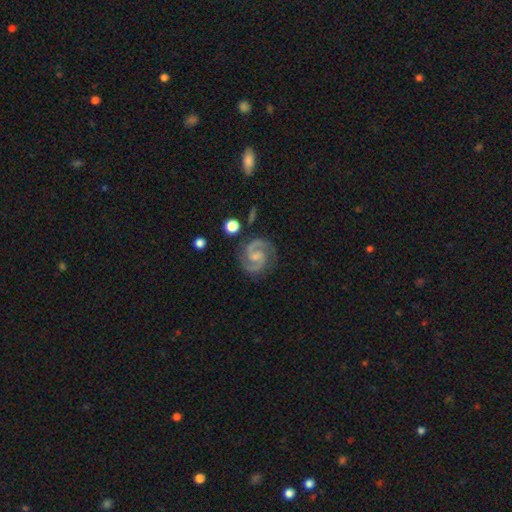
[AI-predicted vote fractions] A featured or disk galaxy (91%) with no bar (47%), 2 (93%) medium (56%) spiral arms (98%) and a small central bulge (50%). Merging: none (83%).